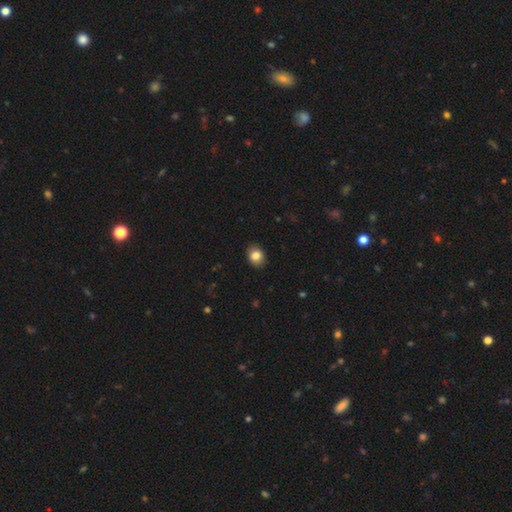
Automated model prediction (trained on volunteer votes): Smooth or featured? smooth (84%)
How rounded? in between (54%)
Merging? none (89%)